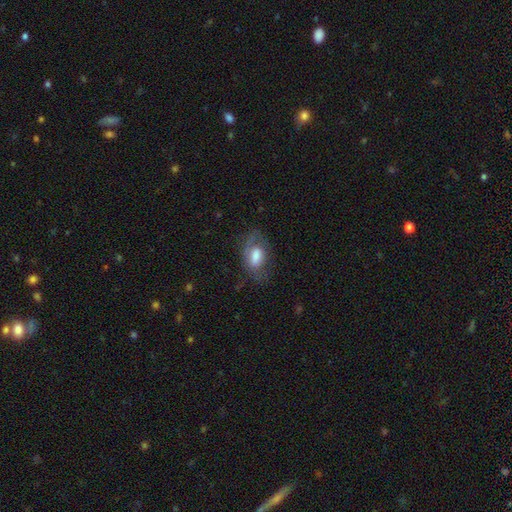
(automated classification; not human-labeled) smooth-or-featured: smooth: 61% | featured or disk: 31% | star or artifact: 8%
  how-rounded: in between: 89% | round: 8% | cigar-shaped: 3%
  merging: none: 52% | minor disturbance: 25% | major disturbance: 21% | merger: 2%